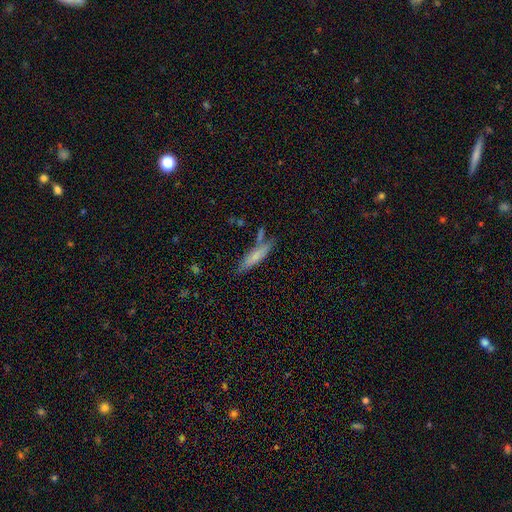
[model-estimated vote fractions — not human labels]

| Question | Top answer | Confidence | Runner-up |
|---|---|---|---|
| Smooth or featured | smooth | 66% | featured or disk (27%) |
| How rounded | cigar-shaped | 78% | in between (20%) |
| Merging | none | 67% | minor disturbance (18%) |